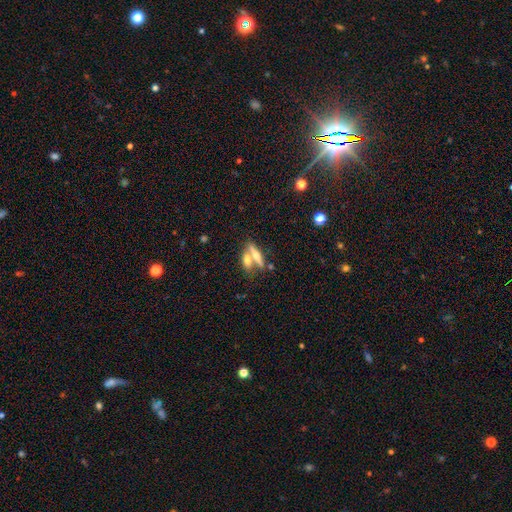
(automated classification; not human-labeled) Smooth or featured? Predicted: smooth (p=0.52). How rounded? Predicted: cigar-shaped (p=0.60). Merging? Predicted: none (p=0.44, tied with merger).